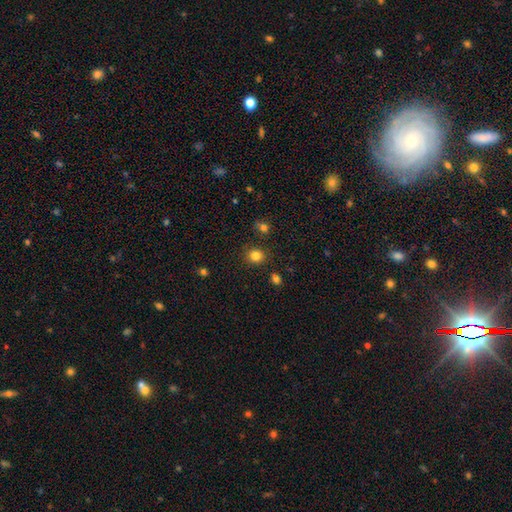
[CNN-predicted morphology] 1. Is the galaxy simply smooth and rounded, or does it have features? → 83% smooth, 12% star or artifact, 5% featured or disk.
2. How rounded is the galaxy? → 83% round, 16% in between, 1% cigar-shaped.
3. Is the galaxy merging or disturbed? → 86% none, 8% minor disturbance, 3% merger, 3% major disturbance.